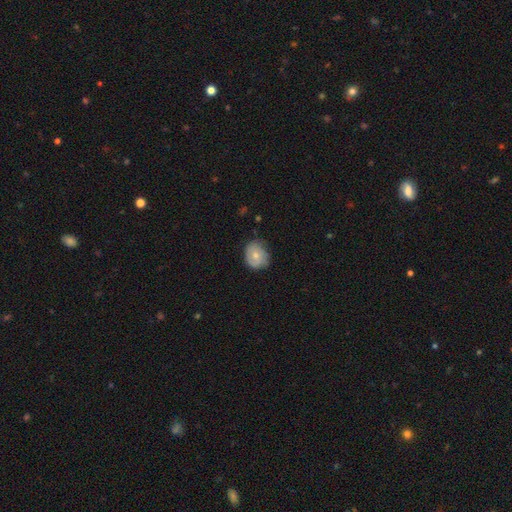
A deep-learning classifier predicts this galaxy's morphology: type=smooth (64%); roundness=round (66%); merging=none (63%).